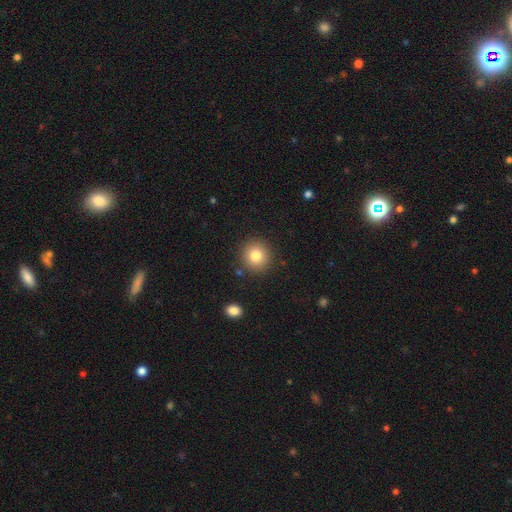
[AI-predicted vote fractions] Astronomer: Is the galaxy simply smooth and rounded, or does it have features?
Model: smooth — 80%.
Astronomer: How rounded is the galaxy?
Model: round — 92%.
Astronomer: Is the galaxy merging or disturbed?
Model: none — 89%.